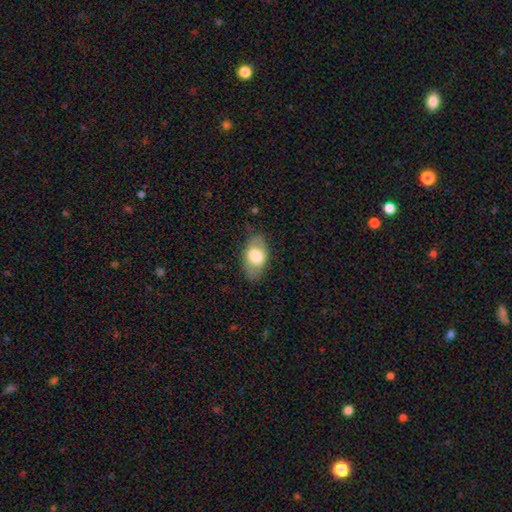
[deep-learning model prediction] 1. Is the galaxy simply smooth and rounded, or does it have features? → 68% smooth, 26% featured or disk, 6% star or artifact.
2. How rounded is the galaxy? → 91% in between, 7% round, 2% cigar-shaped.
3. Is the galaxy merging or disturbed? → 77% none, 17% minor disturbance, 6% major disturbance, 1% merger.